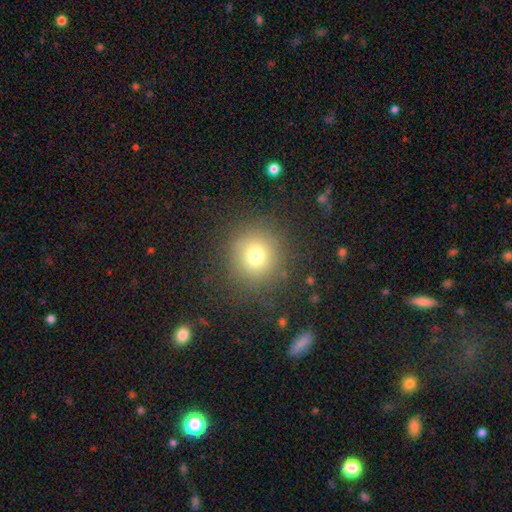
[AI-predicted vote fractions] Q: Smooth or featured?
A: smooth (74%); runner-up: star or artifact (15%)
Q: How rounded?
A: round (92%); runner-up: in between (7%)
Q: Merging?
A: none (86%); runner-up: minor disturbance (8%)